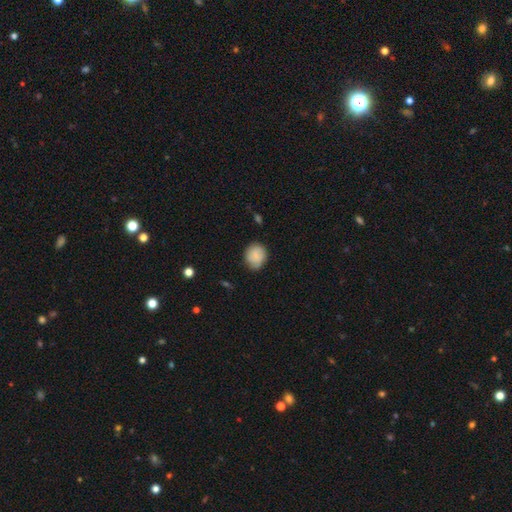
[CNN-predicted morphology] This is clearly a smooth galaxy (81%). How rounded: likely round (70%). Merging: likely none (73%).